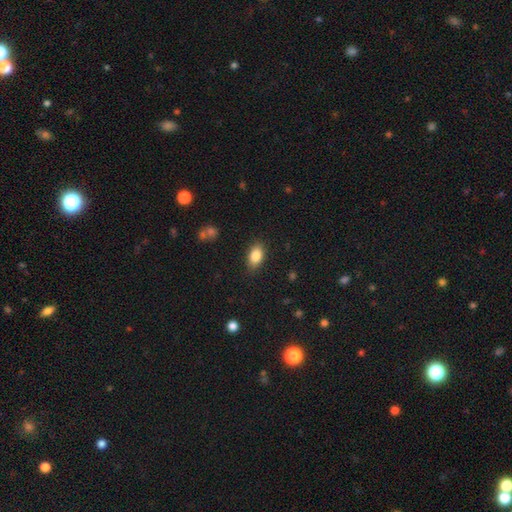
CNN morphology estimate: This appears to be a smooth galaxy with no disk features (85%) that is in between round and cigar-shaped (90%). Merging: none (85%).